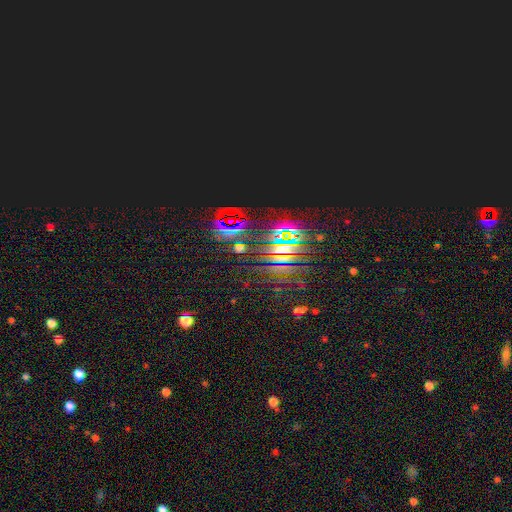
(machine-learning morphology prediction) star or artifact 81%, smooth 10%, featured or disk 8%.